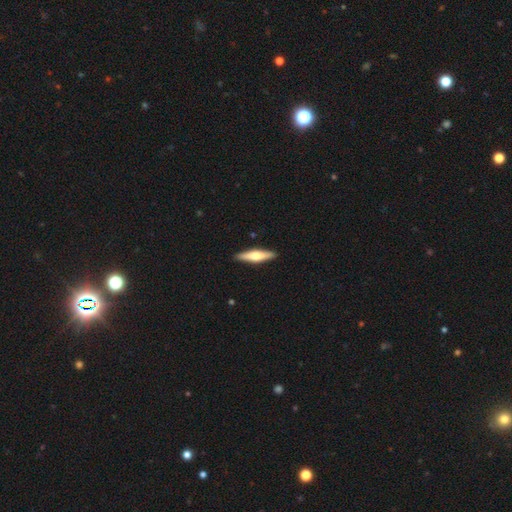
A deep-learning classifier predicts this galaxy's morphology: This appears to be a featured or disk galaxy (51%) viewed edge-on (96%). Merging: none (91%).